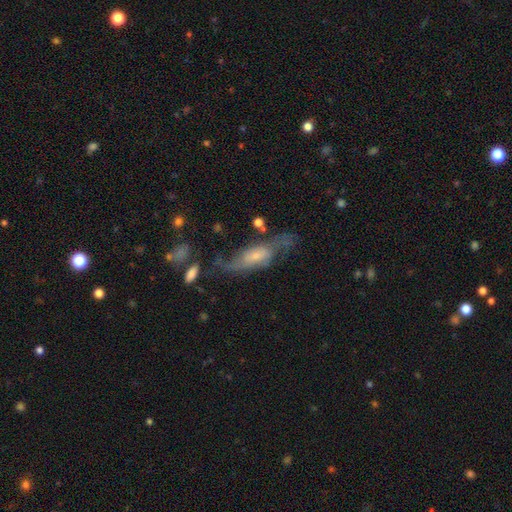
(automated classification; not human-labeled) The model was most divided on "merging": none: 44%, major disturbance: 26%, minor disturbance: 25%, merger: 6%. More confident: edge-on disk — no (75%); smooth or featured — featured or disk (62%).